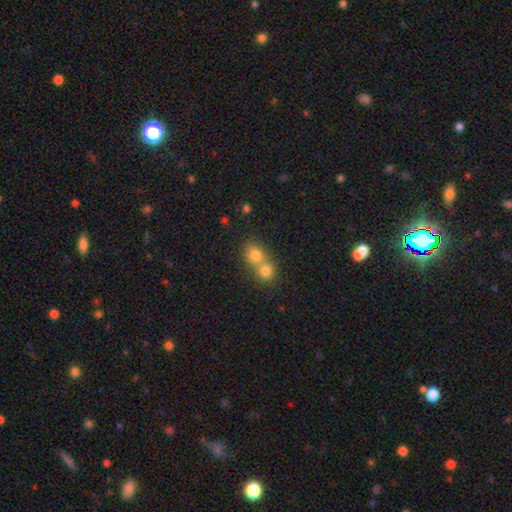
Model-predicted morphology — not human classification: A smooth galaxy with no disk features (78%) that is round (72%).

Vote fractions:
- Smooth or featured? smooth: 78% / star or artifact: 12% / featured or disk: 11%
- How rounded? round: 72% / in between: 27% / cigar-shaped: 1%
- Merging? merger: 61% / none: 31% / minor disturbance: 5% / major disturbance: 2%